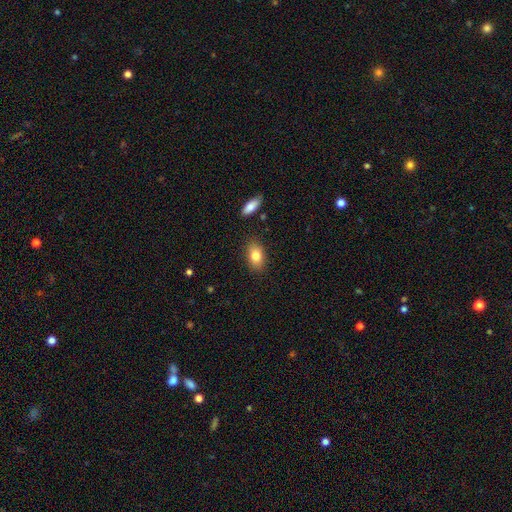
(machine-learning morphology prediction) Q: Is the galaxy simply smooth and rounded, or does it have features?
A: smooth — 82%.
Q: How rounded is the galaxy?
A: in between — 86%.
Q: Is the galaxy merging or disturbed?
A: none — 85%.